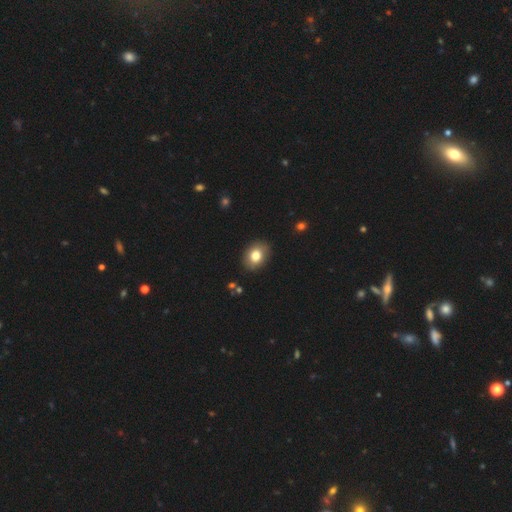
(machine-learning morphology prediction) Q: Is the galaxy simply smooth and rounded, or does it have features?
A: smooth — 79%.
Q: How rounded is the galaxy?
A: in between — 64%.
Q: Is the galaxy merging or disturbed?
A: none — 88%.